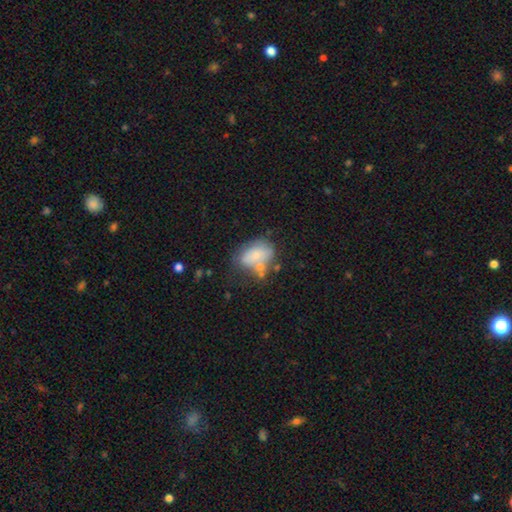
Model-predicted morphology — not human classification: A smooth galaxy with no disk features (65%) that is in between round and cigar-shaped (78%). Merging: none (36%).